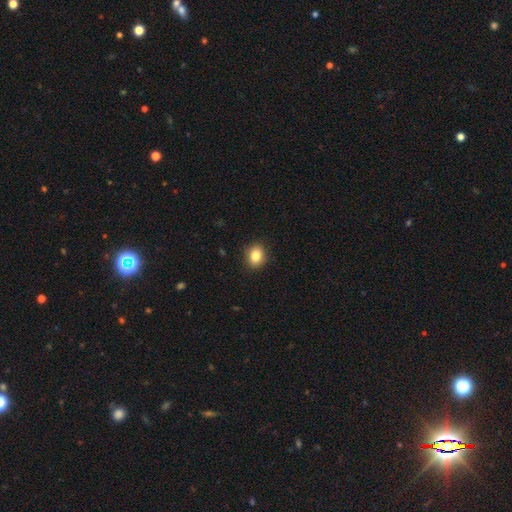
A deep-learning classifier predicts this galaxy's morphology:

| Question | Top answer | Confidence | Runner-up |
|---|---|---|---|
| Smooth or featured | smooth | 84% | star or artifact (10%) |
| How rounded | in between | 53% | round (46%) |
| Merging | none | 89% | minor disturbance (8%) |